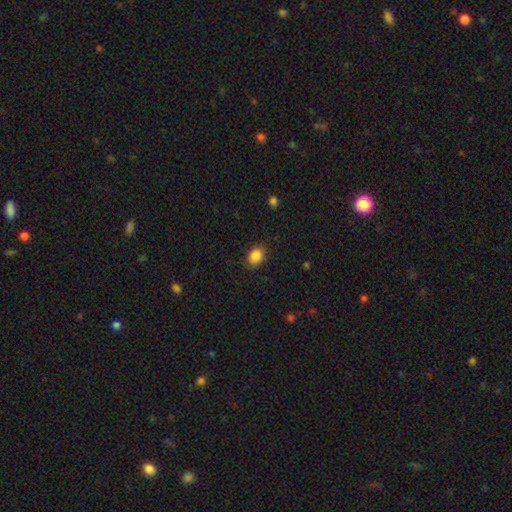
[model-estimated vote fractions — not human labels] The model was most divided on "how rounded": in between: 67%, round: 32%, cigar-shaped: 1%. More confident: smooth or featured — smooth (87%); merging — none (86%).